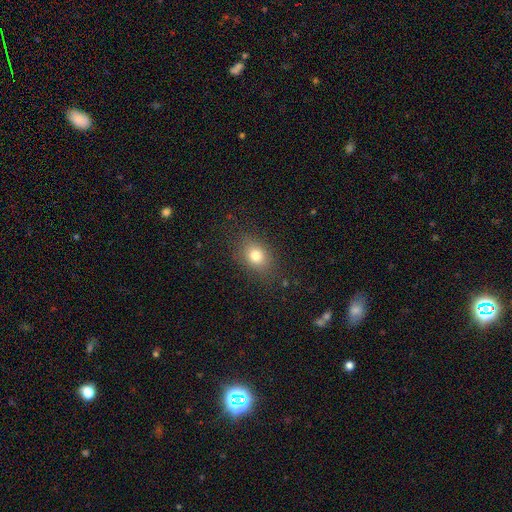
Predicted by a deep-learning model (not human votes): This is likely a smooth galaxy (79%). How rounded: likely in between (63%). Merging: clearly none (82%).